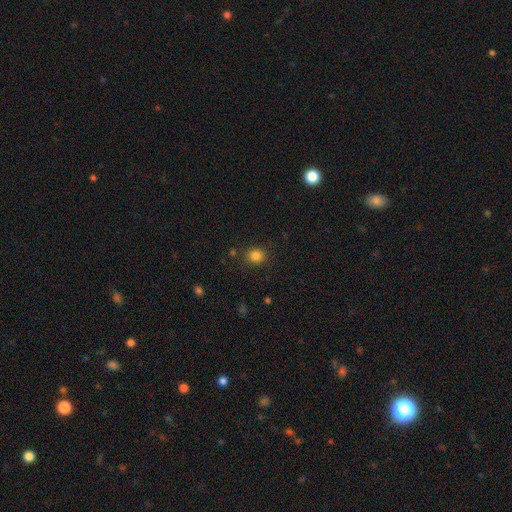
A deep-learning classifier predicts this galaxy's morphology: Smooth or featured? smooth (83%)
How rounded? round (80%)
Merging? none (86%)